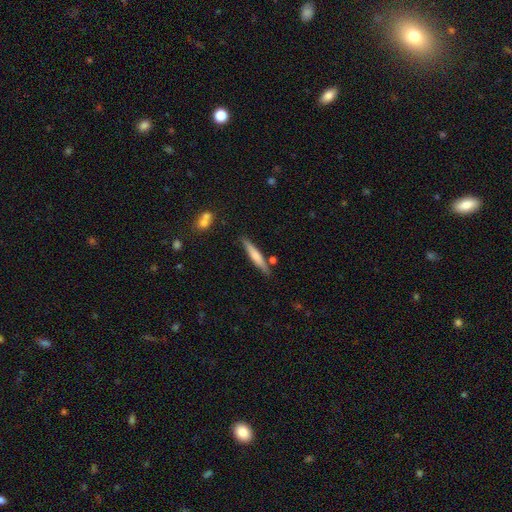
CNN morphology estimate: type=smooth (62%); roundness=cigar-shaped (91%); merging=none (80%).